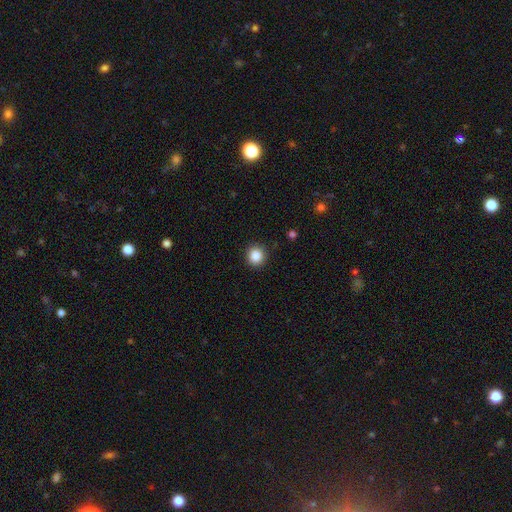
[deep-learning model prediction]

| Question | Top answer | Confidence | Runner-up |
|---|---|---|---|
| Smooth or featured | smooth | 87% | star or artifact (10%) |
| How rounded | round | 93% | in between (6%) |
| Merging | none | 90% | minor disturbance (6%) |